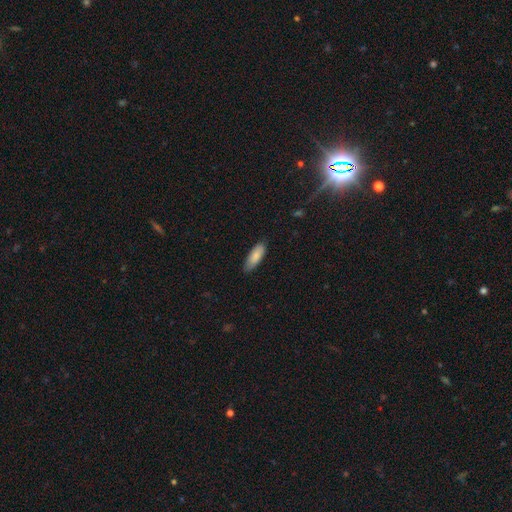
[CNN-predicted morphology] A smooth galaxy with no disk features (85%) that is in between round and cigar-shaped (70%).

Vote fractions:
- Smooth or featured? smooth: 85% / featured or disk: 9% / star or artifact: 6%
- How rounded? in between: 70% / cigar-shaped: 29% / round: 2%
- Merging? none: 76% / minor disturbance: 21% / major disturbance: 3% / merger: 1%